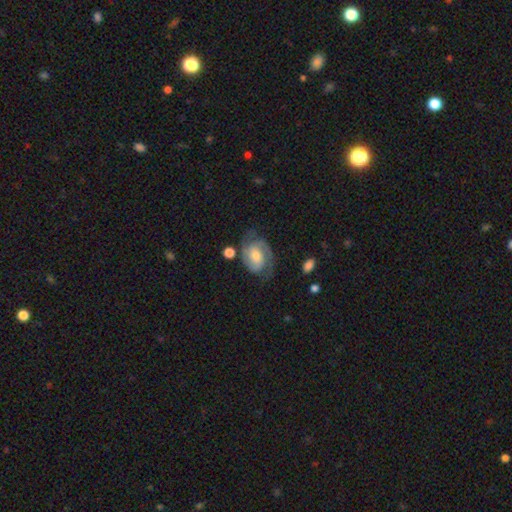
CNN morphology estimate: smooth_or_featured: featured or disk (p=0.78) [alt: smooth p=0.16]
disk_edge_on: no (p=0.97) [alt: yes p=0.03]
bar: no (p=0.51) [alt: weak p=0.39]
has_spiral_arms: yes (p=0.94) [alt: no p=0.06]
spiral_winding: tight (p=0.45) [alt: medium p=0.43]
spiral_arm_count: 2 (p=0.77) [alt: can't tell p=0.10]
bulge_size: moderate (p=0.52) [alt: small p=0.37]
merging: none (p=0.66) [alt: minor disturbance p=0.20]